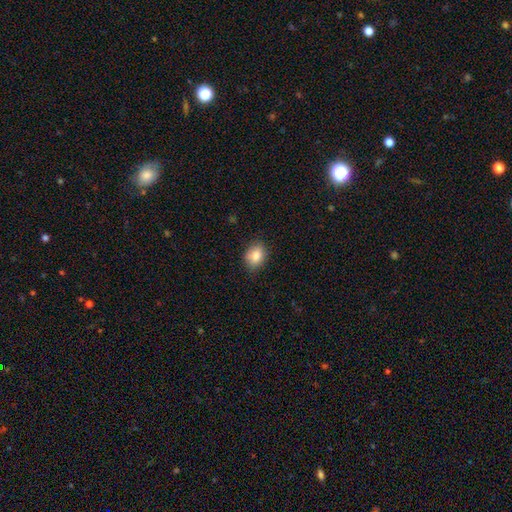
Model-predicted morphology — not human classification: Smooth or featured?
  - smooth: 82% *
  - featured or disk: 9%
  - star or artifact: 9%
How rounded?
  - in between: 66% *
  - round: 33%
  - cigar-shaped: 1%
Merging?
  - none: 83% *
  - minor disturbance: 13%
  - major disturbance: 3%
  - merger: 1%